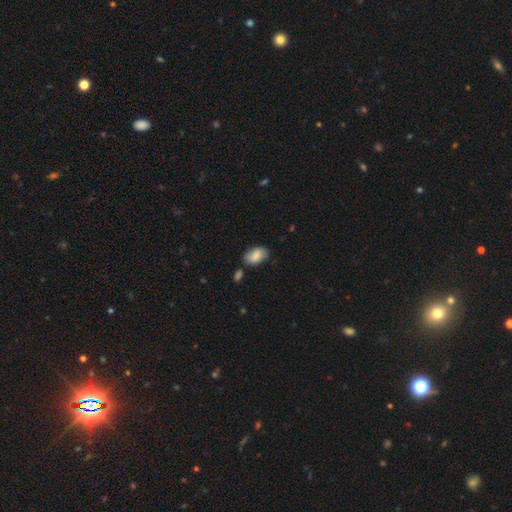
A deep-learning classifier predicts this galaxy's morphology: A smooth galaxy with no disk features (79%) that is in between round and cigar-shaped (91%).

Vote fractions:
- Smooth or featured? smooth: 79% / featured or disk: 13% / star or artifact: 7%
- How rounded? in between: 91% / round: 7% / cigar-shaped: 2%
- Merging? none: 70% / minor disturbance: 20% / merger: 6% / major disturbance: 4%